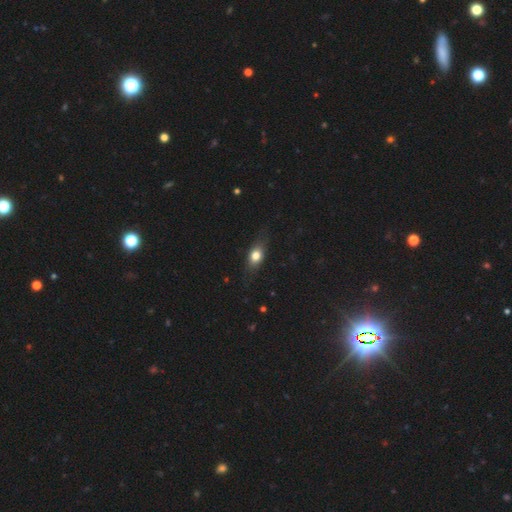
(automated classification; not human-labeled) This appears to be a smooth galaxy with no disk features (72%) that is in between round and cigar-shaped (68%). Merging: none (75%).